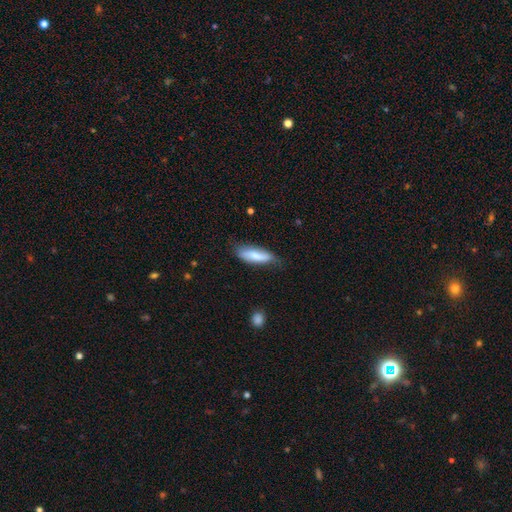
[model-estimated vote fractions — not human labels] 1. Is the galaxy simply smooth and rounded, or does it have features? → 72% smooth, 23% featured or disk, 6% star or artifact.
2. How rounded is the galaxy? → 55% in between, 43% cigar-shaped, 2% round.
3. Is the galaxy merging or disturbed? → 64% none, 28% minor disturbance, 5% major disturbance, 2% merger.